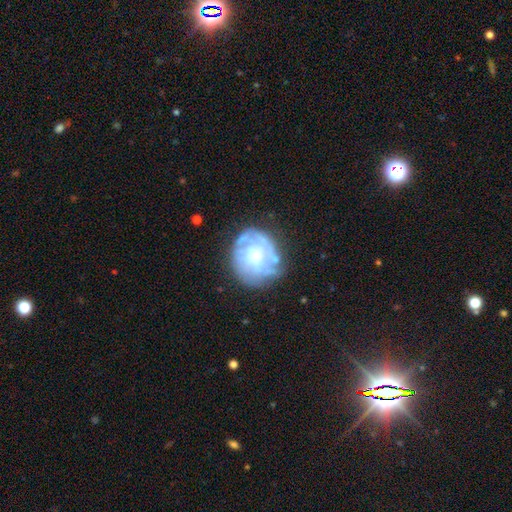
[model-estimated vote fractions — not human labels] Smooth or featured? featured or disk (66%)
Edge-on disk? no (97%)
Bar? no (81%)
Spiral arms? yes (54%)
Bulge size? moderate (46%)
Merging? none (64%)